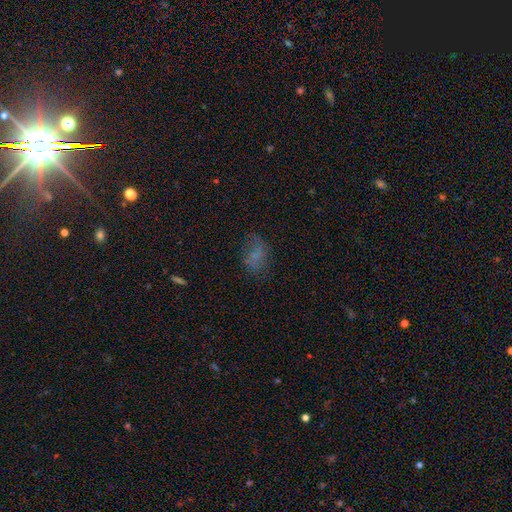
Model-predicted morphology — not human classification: This is possibly a smooth galaxy (53%). How rounded: clearly in between (81%). Merging: possibly none (57%).